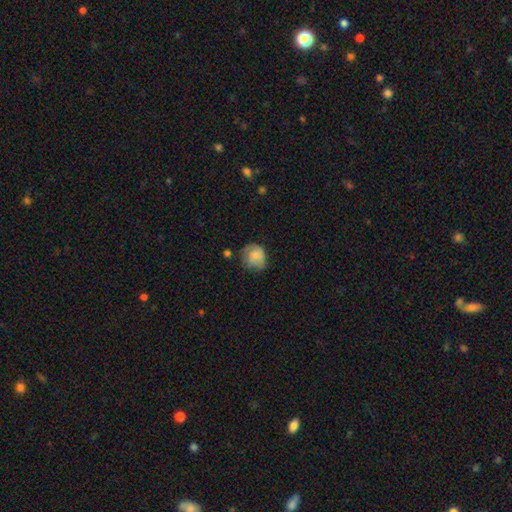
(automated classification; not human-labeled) Smooth or featured? smooth (73%)
How rounded? round (75%)
Merging? none (52%)